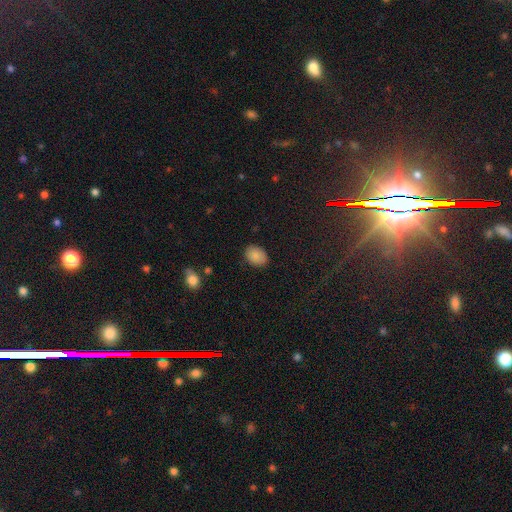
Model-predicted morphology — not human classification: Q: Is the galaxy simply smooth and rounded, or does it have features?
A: smooth — 87%.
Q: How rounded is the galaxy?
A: in between — 73%.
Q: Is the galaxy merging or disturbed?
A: none — 85%.